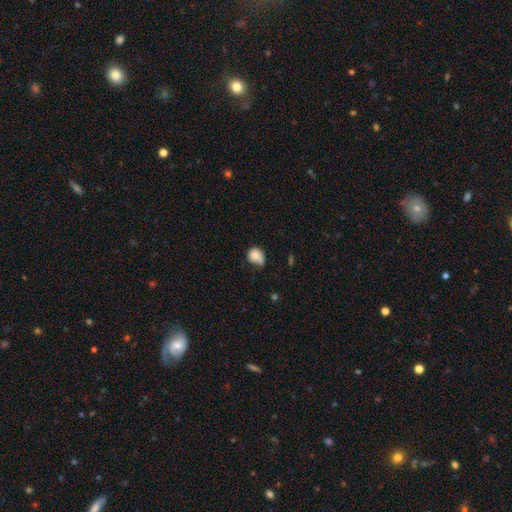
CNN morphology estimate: type=smooth (78%); roundness=round (61%); merging=none (37%, tied with minor disturbance).